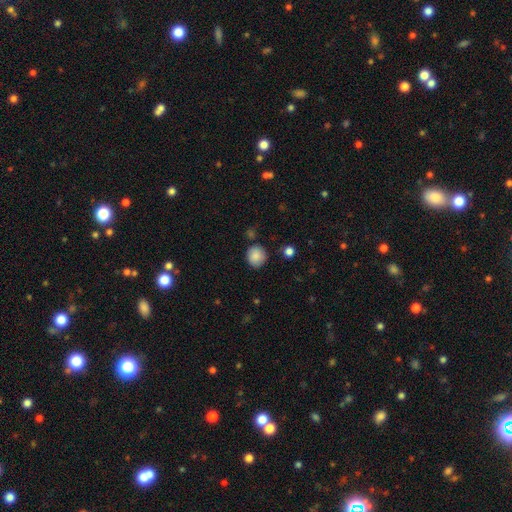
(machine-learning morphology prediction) smooth-or-featured: smooth: 86% | star or artifact: 9% | featured or disk: 6%
  how-rounded: round: 88% | in between: 11% | cigar-shaped: 1%
  merging: none: 81% | minor disturbance: 13% | merger: 3% | major disturbance: 3%